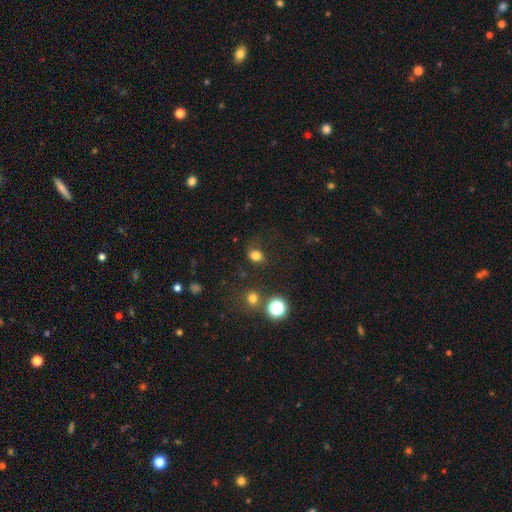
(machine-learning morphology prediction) Q: Smooth or featured?
A: smooth (79%); runner-up: star or artifact (15%)
Q: How rounded?
A: round (54%); runner-up: in between (45%)
Q: Merging?
A: none (65%); runner-up: minor disturbance (20%)